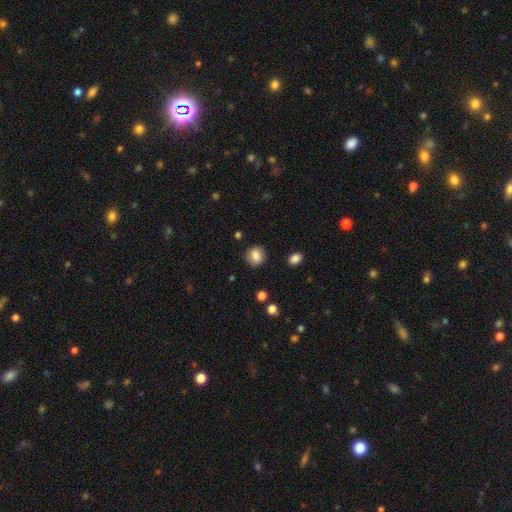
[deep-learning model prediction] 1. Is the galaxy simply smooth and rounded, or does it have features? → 81% smooth, 10% featured or disk, 9% star or artifact.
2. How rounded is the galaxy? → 70% round, 29% in between, 1% cigar-shaped.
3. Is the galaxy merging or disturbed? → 83% none, 12% minor disturbance, 3% major disturbance, 2% merger.